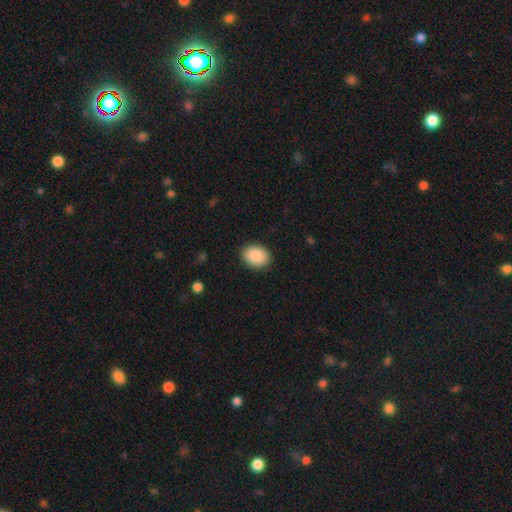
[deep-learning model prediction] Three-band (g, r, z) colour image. It shows a smooth galaxy with no disk features (90%) that is in between round and cigar-shaped (63%). Merging: none (89%).